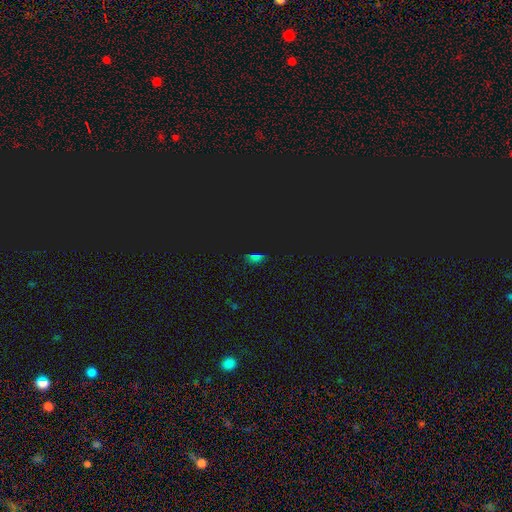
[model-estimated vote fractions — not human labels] smooth_or_featured: star or artifact (p=0.50) [alt: smooth p=0.42]